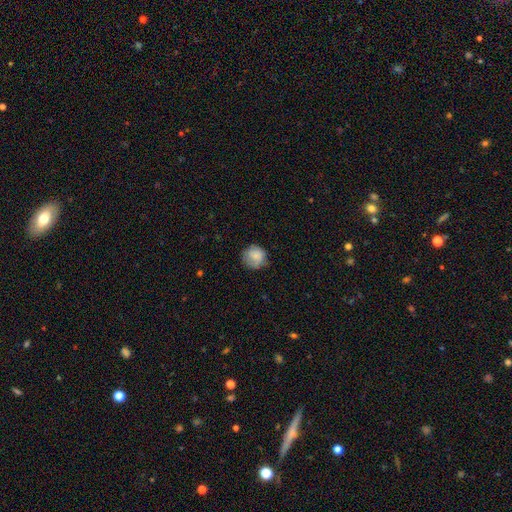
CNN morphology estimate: Q: Smooth or featured?
A: smooth (79%); runner-up: featured or disk (13%)
Q: How rounded?
A: round (87%); runner-up: in between (12%)
Q: Merging?
A: none (69%); runner-up: minor disturbance (23%)